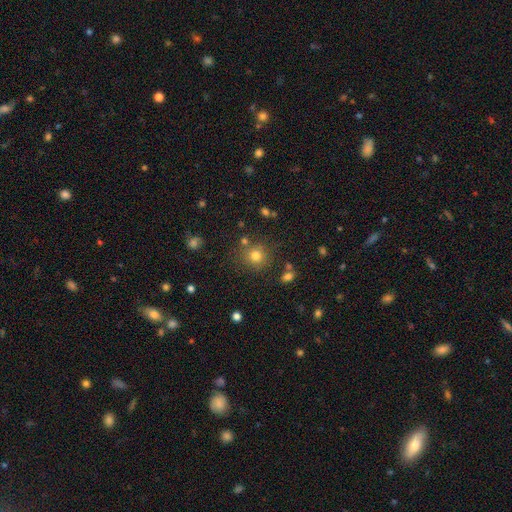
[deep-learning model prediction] Smooth or featured: smooth — 76% (star or artifact — 16%)
How rounded: round — 90% (in between — 9%)
Merging: none — 79% (minor disturbance — 10%)